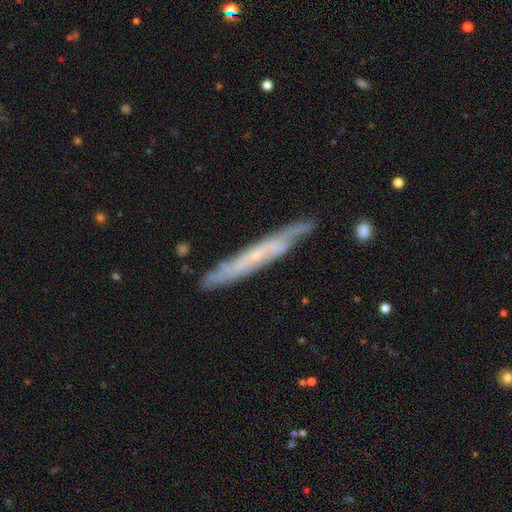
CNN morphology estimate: smooth_or_featured: featured or disk (p=0.68) [alt: smooth p=0.26]
disk_edge_on: yes (p=0.76) [alt: no p=0.24]
edge_on_bulge: none (p=0.66) [alt: rounded p=0.31]
merging: none (p=0.82) [alt: minor disturbance p=0.14]